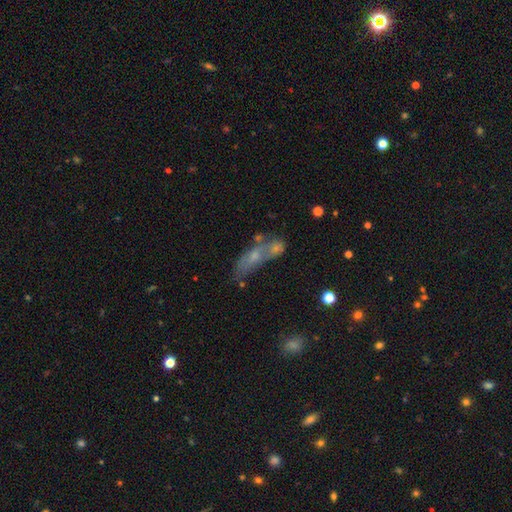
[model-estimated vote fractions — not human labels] Morphology: type=smooth (44%); merging=merger (43%).